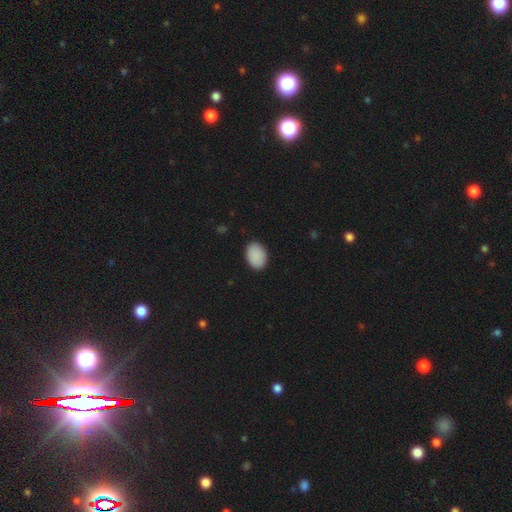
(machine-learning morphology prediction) A smooth galaxy with no disk features (90%) that is in between round and cigar-shaped (83%). Merging: none (89%).